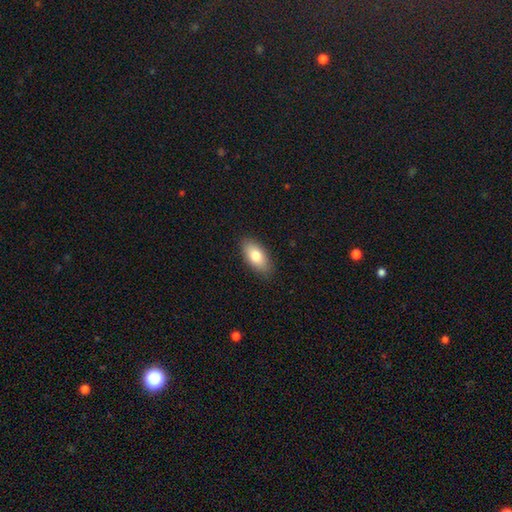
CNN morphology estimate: type=smooth (79%); roundness=in between (90%); merging=none (87%).